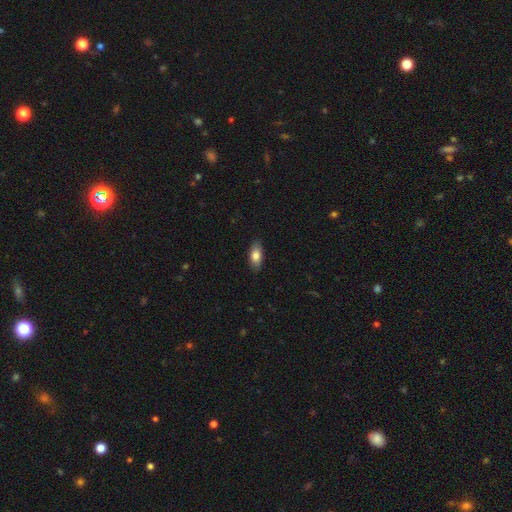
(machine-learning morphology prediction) The model was most divided on "smooth or featured": smooth: 81%, featured or disk: 13%, star or artifact: 7%. More confident: how rounded — in between (87%); merging — none (87%).